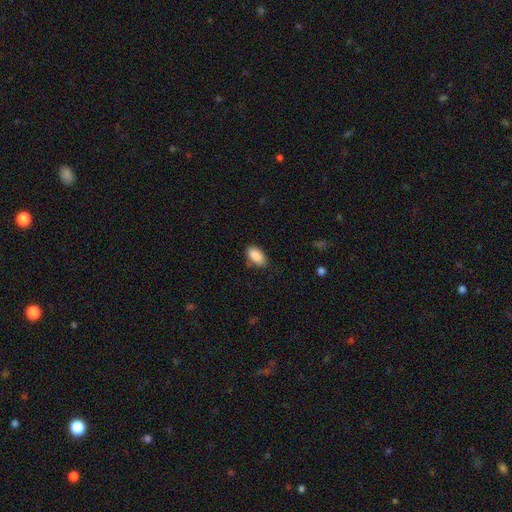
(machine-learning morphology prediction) smooth_or_featured: smooth (p=0.90) [alt: star or artifact p=0.07]
how_rounded: in between (p=0.94) [alt: round p=0.04]
merging: none (p=0.80) [alt: minor disturbance p=0.15]